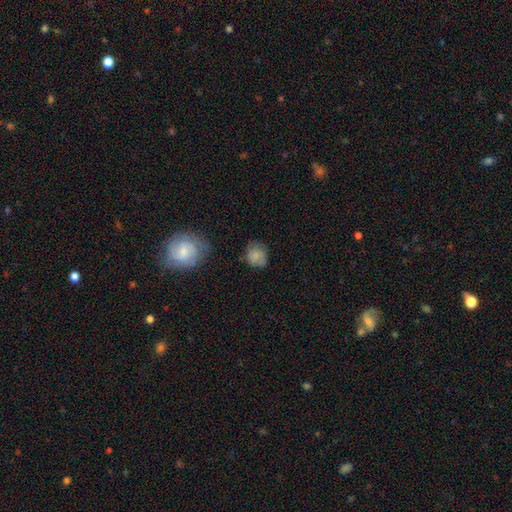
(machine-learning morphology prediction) smooth_or_featured: smooth (p=0.80) [alt: featured or disk p=0.11]
how_rounded: round (p=0.75) [alt: in between p=0.24]
merging: none (p=0.65) [alt: minor disturbance p=0.25]